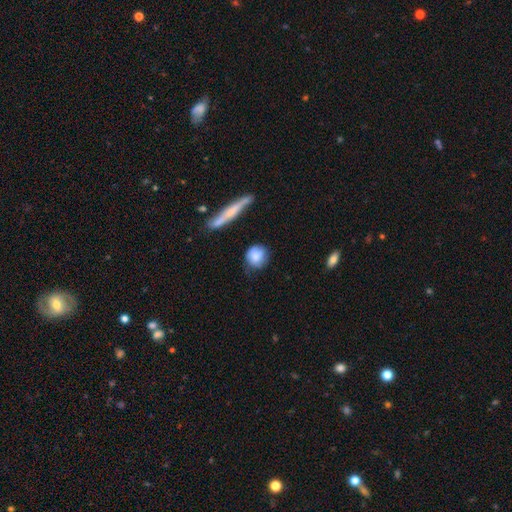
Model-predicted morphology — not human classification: Smooth or featured: smooth — 77% (featured or disk — 16%)
How rounded: round — 80% (in between — 16%)
Merging: none — 59% (minor disturbance — 28%)